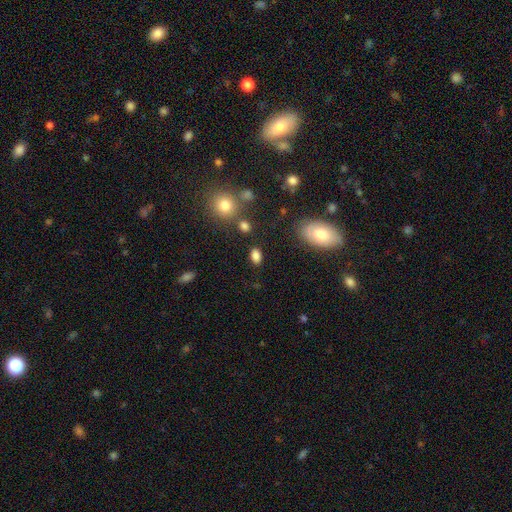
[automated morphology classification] Overall: smooth (82%). How rounded: in between (86%). Merging: none (80%).